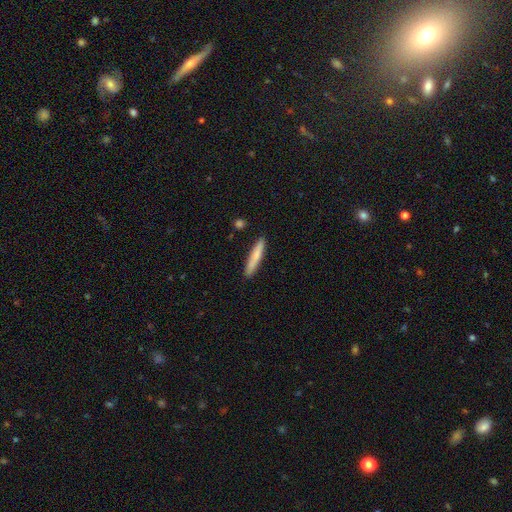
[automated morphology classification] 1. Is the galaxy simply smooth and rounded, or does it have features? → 74% smooth, 20% featured or disk, 5% star or artifact.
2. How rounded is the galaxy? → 91% cigar-shaped, 7% in between, 1% round.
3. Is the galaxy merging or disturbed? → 87% none, 9% minor disturbance, 2% merger, 2% major disturbance.